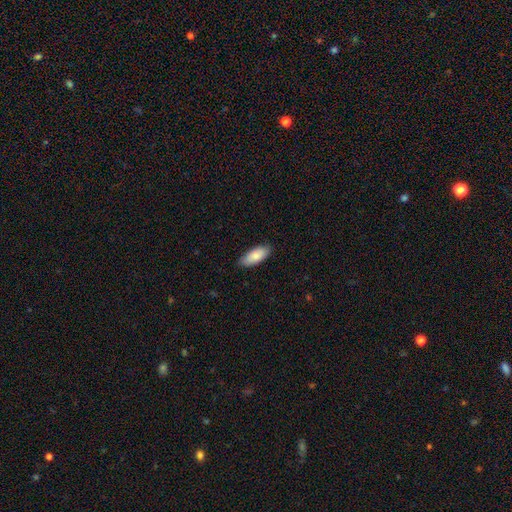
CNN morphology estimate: smooth-or-featured: smooth: 83% | featured or disk: 12% | star or artifact: 6%
  how-rounded: in between: 84% | cigar-shaped: 14% | round: 2%
  merging: none: 85% | minor disturbance: 12% | major disturbance: 2% | merger: 1%